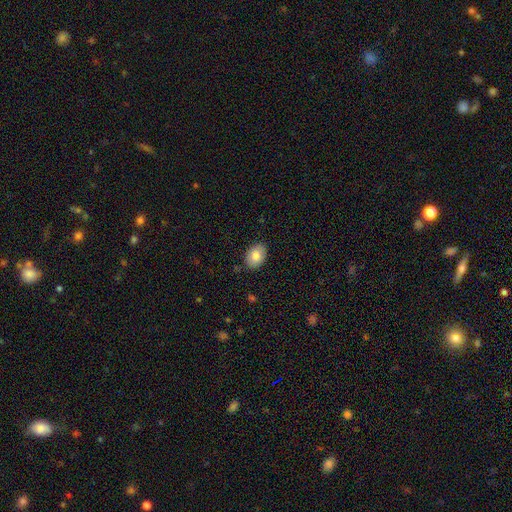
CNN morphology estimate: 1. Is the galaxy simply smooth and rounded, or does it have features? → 83% smooth, 10% featured or disk, 7% star or artifact.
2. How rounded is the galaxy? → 83% in between, 16% round, 1% cigar-shaped.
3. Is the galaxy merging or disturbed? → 87% none, 10% minor disturbance, 2% major disturbance, 1% merger.